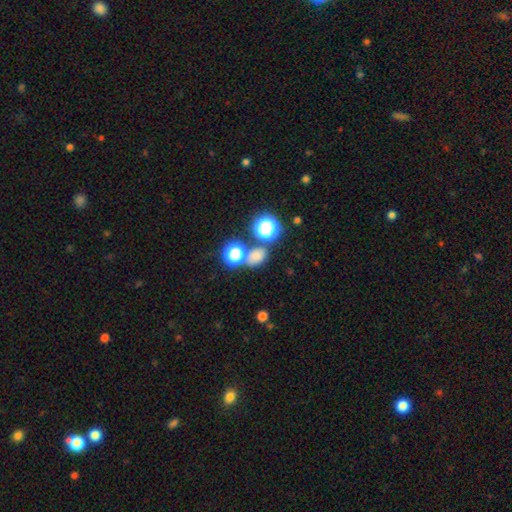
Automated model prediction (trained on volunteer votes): smooth 67%, star or artifact 26%, featured or disk 7%. Down the decision tree: how rounded — round (52%); merging — none (62%).